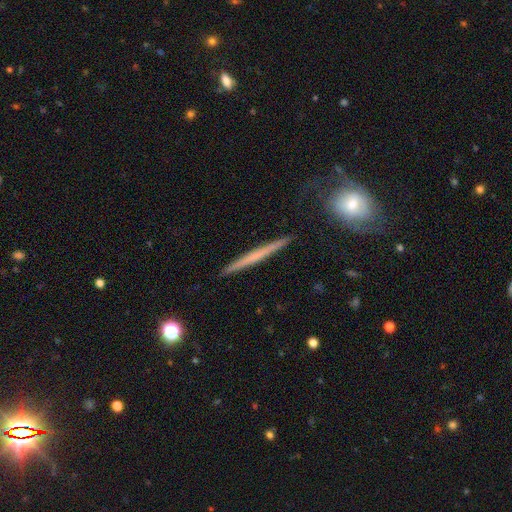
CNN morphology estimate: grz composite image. It shows a featured or disk galaxy (53%) viewed edge-on (97%) with no central bulge (83%). Merging: none (89%).